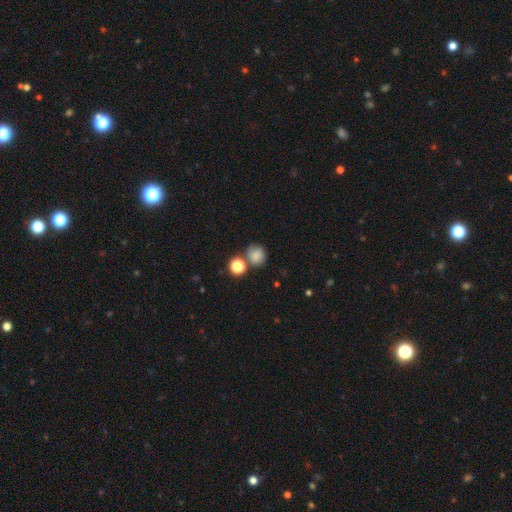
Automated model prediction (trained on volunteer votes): Smooth or featured? Predicted: smooth (p=0.79). How rounded? Predicted: round (p=0.79). Merging? Predicted: none (p=0.62).